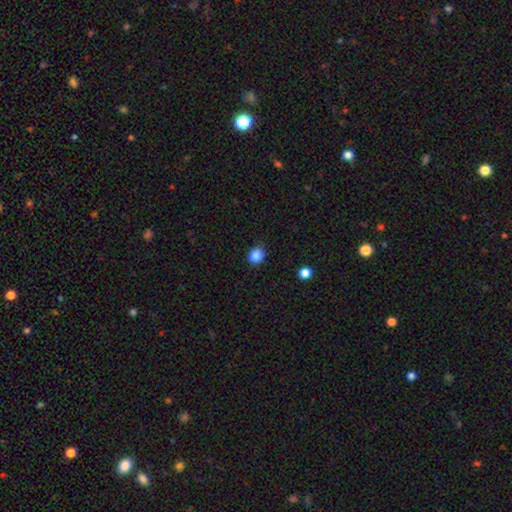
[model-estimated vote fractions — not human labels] Smooth or featured?
  - smooth: 86% *
  - star or artifact: 11%
  - featured or disk: 3%
How rounded?
  - round: 77% *
  - in between: 22%
  - cigar-shaped: 1%
Merging?
  - none: 86% *
  - minor disturbance: 10%
  - major disturbance: 2%
  - merger: 1%